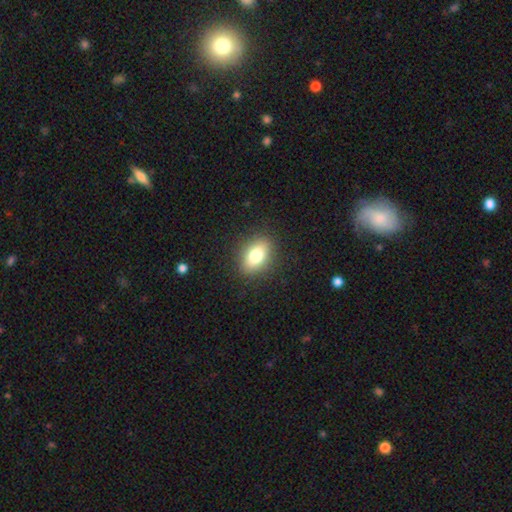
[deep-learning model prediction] This appears to be a smooth galaxy with no disk features (78%) that is in between round and cigar-shaped (79%). Merging: none (88%).